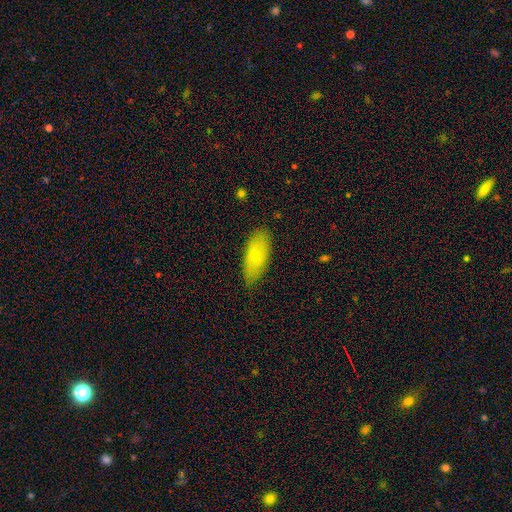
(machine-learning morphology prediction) smooth 69%, featured or disk 25%, star or artifact 6%. Down the decision tree: how rounded — in between (82%); merging — none (79%).